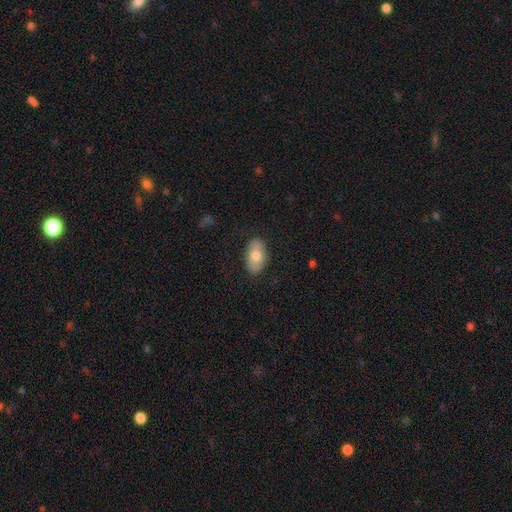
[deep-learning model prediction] A smooth galaxy with no disk features (72%) that is in between round and cigar-shaped (92%). Merging: none (85%).